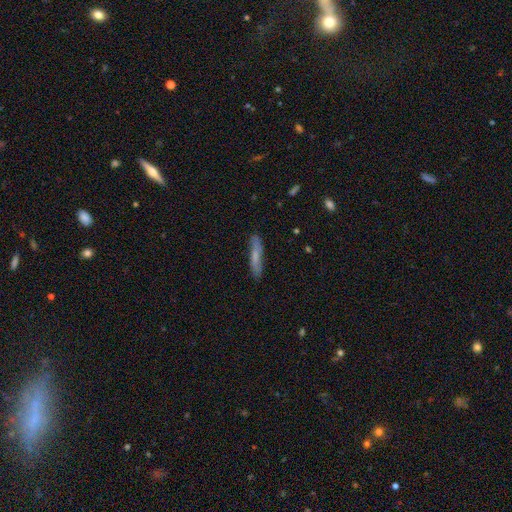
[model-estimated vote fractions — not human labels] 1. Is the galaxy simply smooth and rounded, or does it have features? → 64% smooth, 30% featured or disk, 6% star or artifact.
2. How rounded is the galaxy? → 89% cigar-shaped, 9% in between, 2% round.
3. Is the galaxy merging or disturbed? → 84% none, 12% minor disturbance, 2% major disturbance, 1% merger.